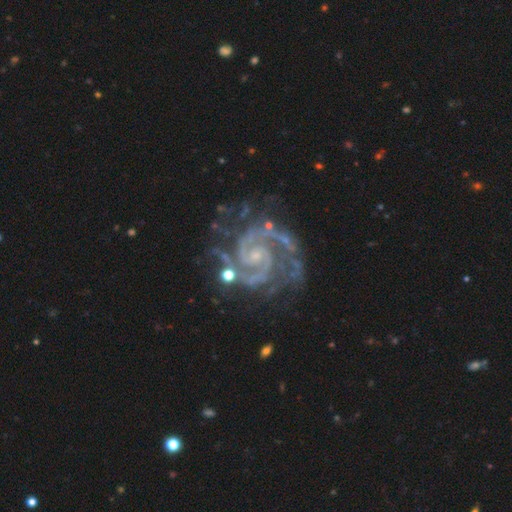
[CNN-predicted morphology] This appears to be a featured or disk galaxy (93%) with no bar (53%), 2 (82%) tight (52%) spiral arms (99%) and a small central bulge (77%). Merging: none (63%).